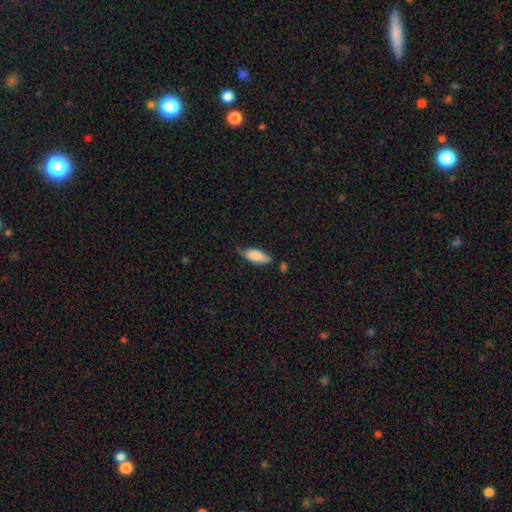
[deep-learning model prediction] Smooth or featured: smooth — 82% (featured or disk — 12%)
How rounded: in between — 77% (cigar-shaped — 21%)
Merging: none — 55% (minor disturbance — 34%)